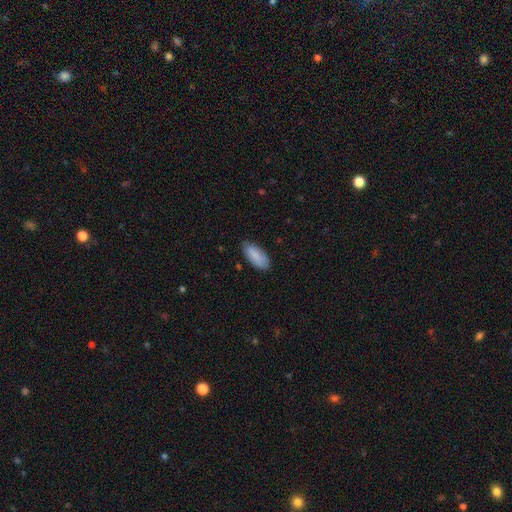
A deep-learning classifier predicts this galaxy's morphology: smooth 87%, featured or disk 7%, star or artifact 6%. Down the decision tree: how rounded — in between (87%); merging — none (81%).